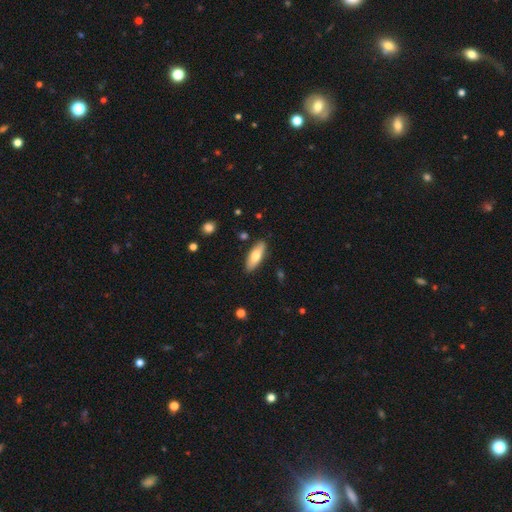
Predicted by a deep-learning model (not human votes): The model was most divided on "how rounded": in between: 66%, cigar-shaped: 32%, round: 2%. More confident: merging — none (87%); smooth or featured — smooth (71%).